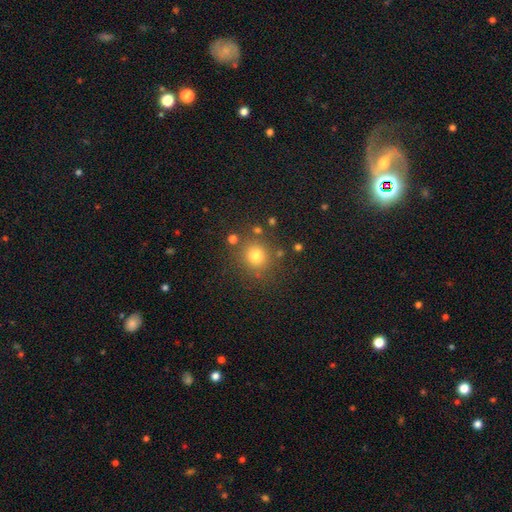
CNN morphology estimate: Q: Smooth or featured?
A: smooth (76%); runner-up: star or artifact (17%)
Q: How rounded?
A: round (88%); runner-up: in between (11%)
Q: Merging?
A: none (83%); runner-up: minor disturbance (9%)